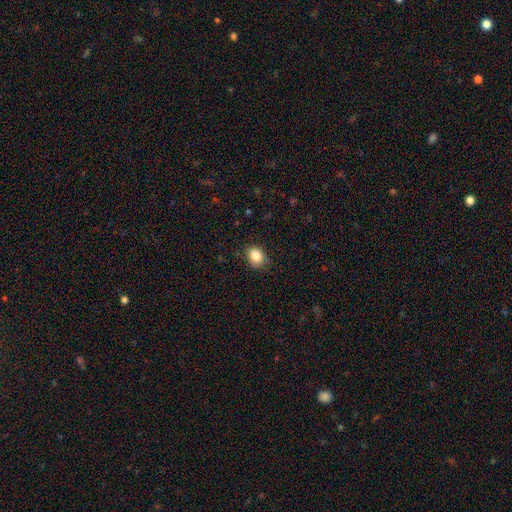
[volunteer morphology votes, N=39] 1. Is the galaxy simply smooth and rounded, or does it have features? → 92% smooth, 5% star or artifact, 3% featured or disk.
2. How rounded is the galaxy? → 56% round, 44% in between, 0% cigar-shaped.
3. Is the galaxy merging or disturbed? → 86% none, 8% minor disturbance, 5% major disturbance, 0% merger.